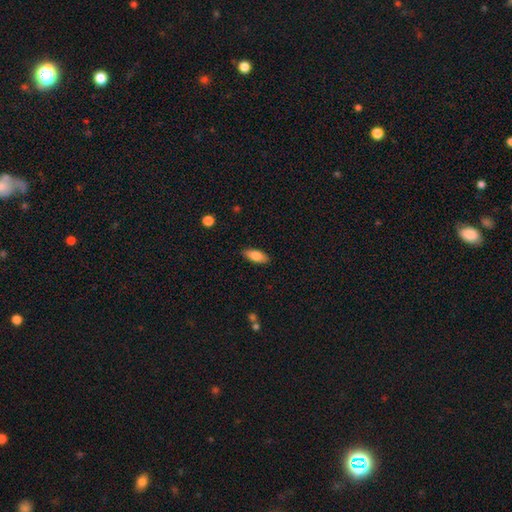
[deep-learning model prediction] smooth-or-featured: smooth: 80% | featured or disk: 13% | star or artifact: 7%
  how-rounded: in between: 80% | cigar-shaped: 17% | round: 2%
  merging: none: 88% | minor disturbance: 9% | major disturbance: 2% | merger: 1%